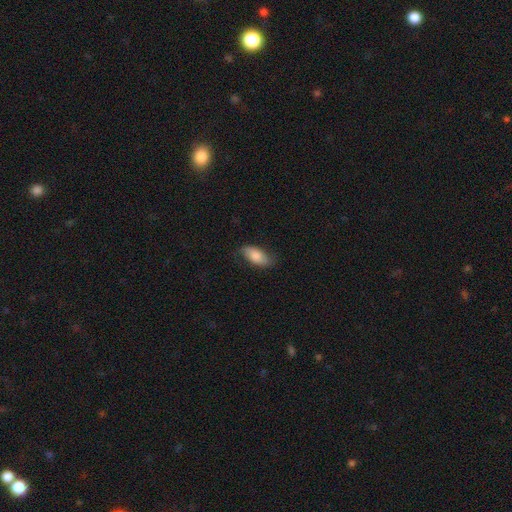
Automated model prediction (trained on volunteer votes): smooth-or-featured: smooth: 75% | featured or disk: 18% | star or artifact: 6%
  how-rounded: in between: 89% | cigar-shaped: 8% | round: 3%
  merging: none: 72% | minor disturbance: 22% | major disturbance: 5% | merger: 1%